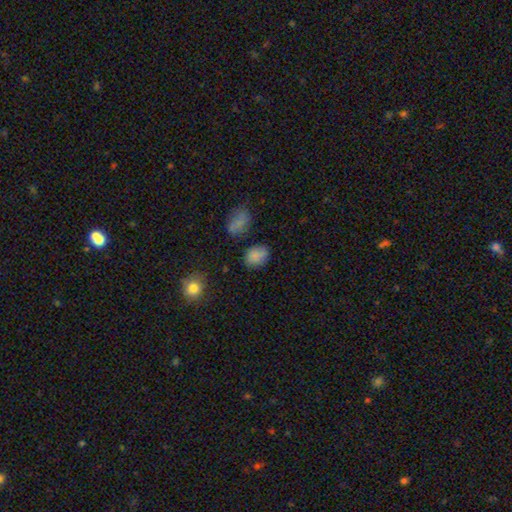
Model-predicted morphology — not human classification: Overall: smooth (80%). How rounded: in between (66%; round 33%). Merging: none (70%).